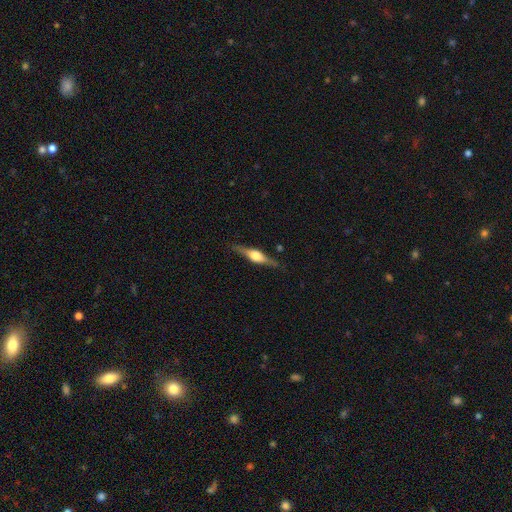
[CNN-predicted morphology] Q: Smooth or featured?
A: featured or disk (76%); runner-up: smooth (19%)
Q: Edge-on disk?
A: yes (97%); runner-up: no (3%)
Q: Edge-on bulge?
A: rounded (91%); runner-up: boxy (7%)
Q: Merging?
A: none (86%); runner-up: minor disturbance (10%)